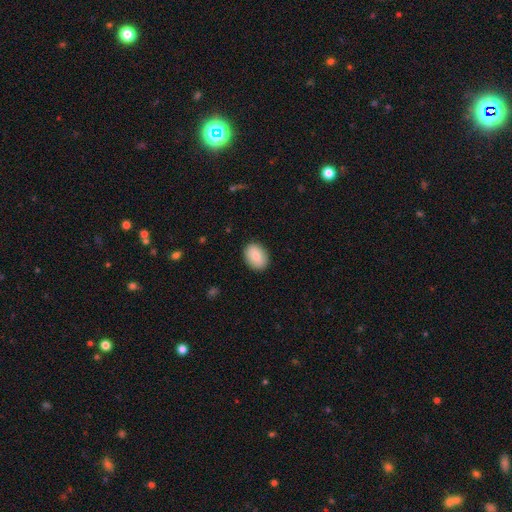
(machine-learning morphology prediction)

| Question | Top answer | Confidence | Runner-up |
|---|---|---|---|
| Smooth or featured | smooth | 82% | featured or disk (11%) |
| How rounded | in between | 74% | round (25%) |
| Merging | none | 88% | minor disturbance (9%) |